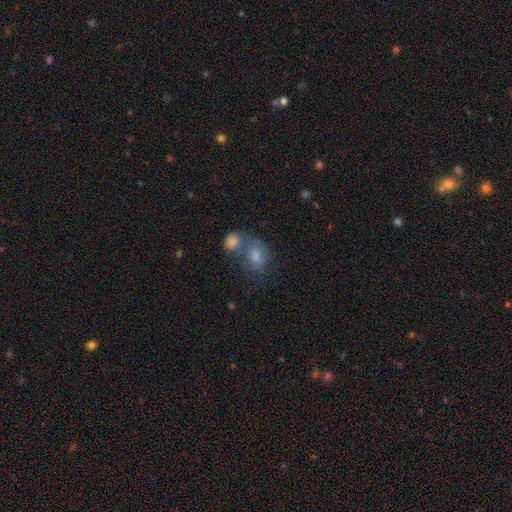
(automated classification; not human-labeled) Smooth or featured? smooth (72%)
How rounded? in between (66%)
Merging? merger (46%)